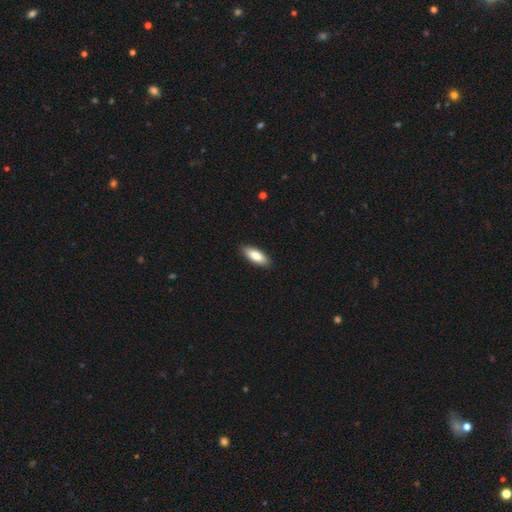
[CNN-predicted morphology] A smooth galaxy with no disk features (83%) that is in between round and cigar-shaped (71%). Merging: none (90%).